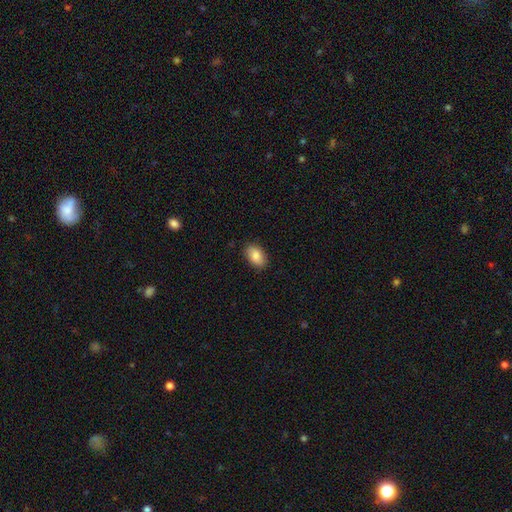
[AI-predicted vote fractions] smooth_or_featured: smooth (p=0.86) [alt: star or artifact p=0.07]
how_rounded: in between (p=0.90) [alt: round p=0.08]
merging: none (p=0.88) [alt: minor disturbance p=0.09]